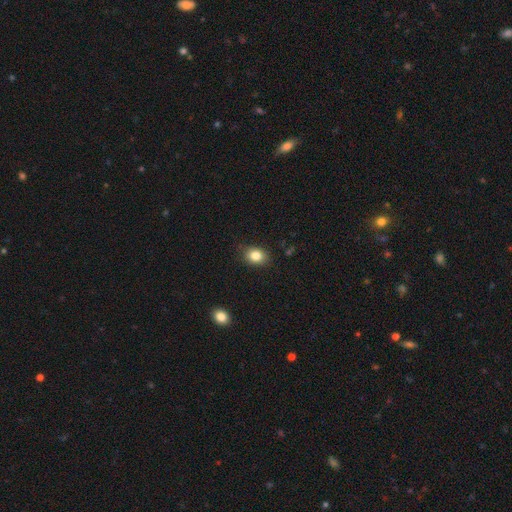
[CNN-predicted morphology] Q: Smooth or featured?
A: smooth (84%); runner-up: star or artifact (10%)
Q: How rounded?
A: in between (56%); runner-up: round (43%)
Q: Merging?
A: none (83%); runner-up: minor disturbance (13%)